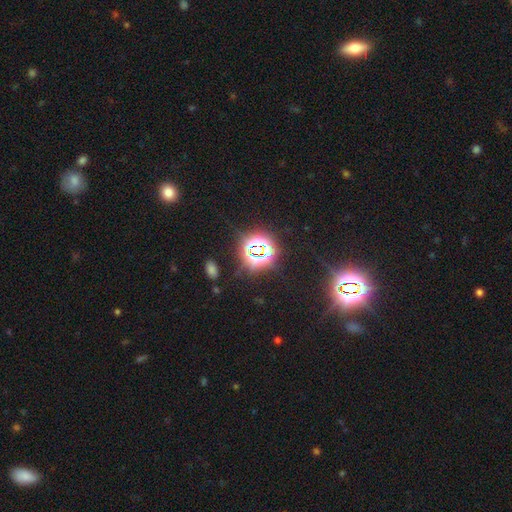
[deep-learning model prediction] Smooth or featured? star or artifact (78%)